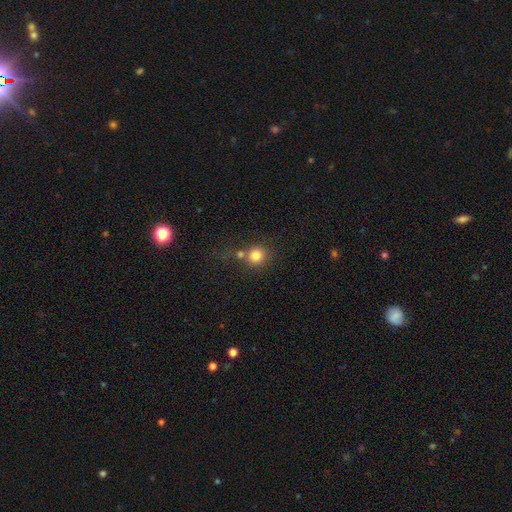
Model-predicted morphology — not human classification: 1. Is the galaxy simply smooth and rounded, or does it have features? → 81% smooth, 11% star or artifact, 8% featured or disk.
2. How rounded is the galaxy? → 89% round, 10% in between, 1% cigar-shaped.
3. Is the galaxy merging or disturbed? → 58% none, 28% merger, 10% minor disturbance, 4% major disturbance.